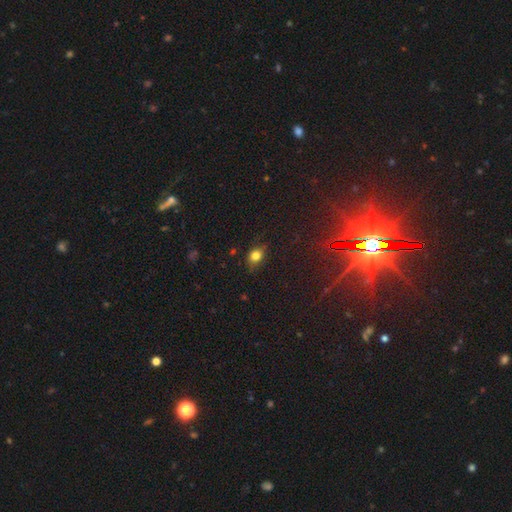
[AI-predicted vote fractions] Smooth or featured? Predicted: smooth (p=0.79). How rounded? Predicted: in between (p=0.51). Merging? Predicted: none (p=0.74).